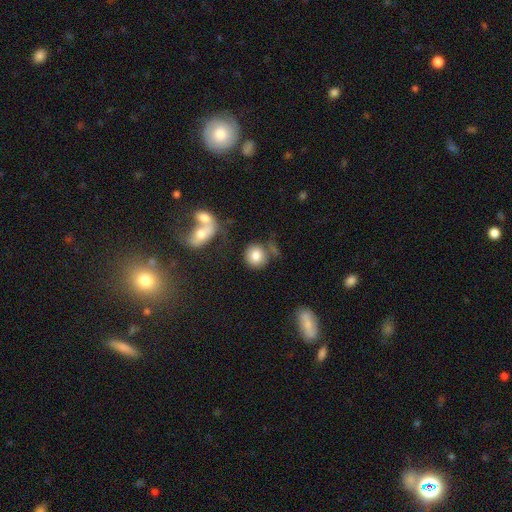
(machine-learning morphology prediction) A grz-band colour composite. It shows a smooth galaxy with no disk features (79%) that is round (80%). Merging: none (53%).